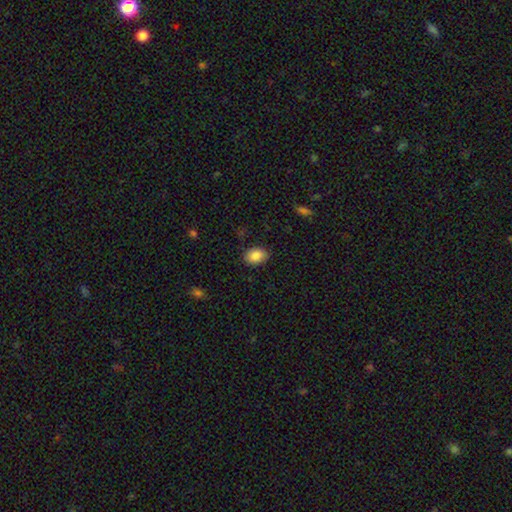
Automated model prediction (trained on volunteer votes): This appears to be a smooth galaxy with no disk features (87%) that is in between round and cigar-shaped (77%). Merging: none (84%).